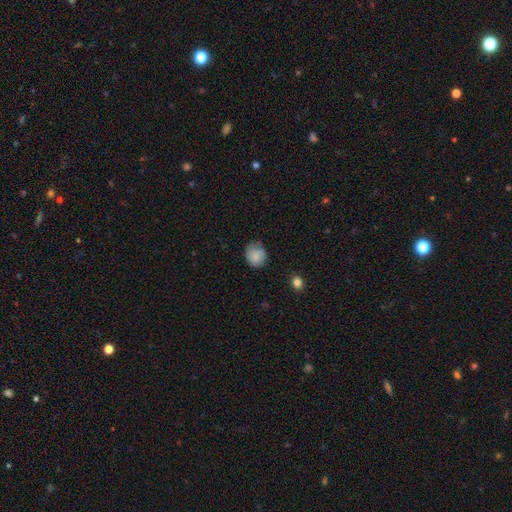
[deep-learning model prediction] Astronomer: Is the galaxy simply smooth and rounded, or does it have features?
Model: smooth — 82%.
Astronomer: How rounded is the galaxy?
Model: round — 71%.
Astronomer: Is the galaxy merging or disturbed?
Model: none — 59%.